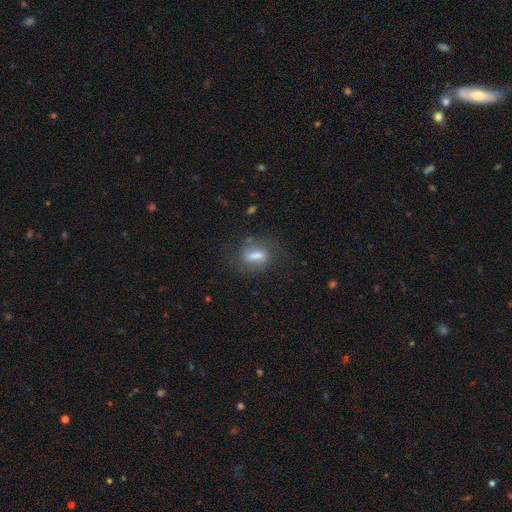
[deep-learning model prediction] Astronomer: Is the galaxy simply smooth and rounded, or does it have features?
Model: smooth — 61%.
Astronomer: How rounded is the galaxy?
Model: in between — 59%.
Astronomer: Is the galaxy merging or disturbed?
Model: none — 69%.